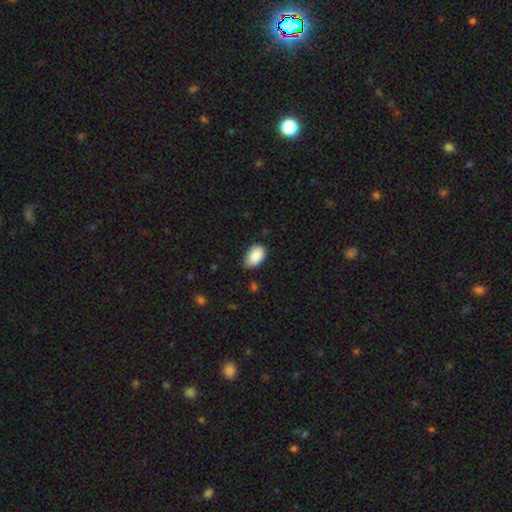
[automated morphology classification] A smooth galaxy with no disk features (89%) that is in between round and cigar-shaped (91%). Merging: none (70%).